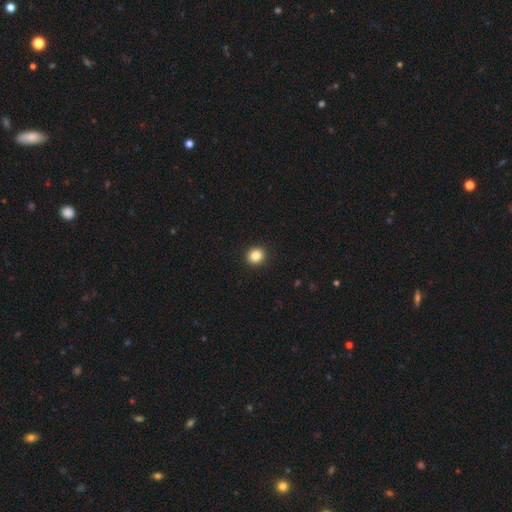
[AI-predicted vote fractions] The model was most divided on "how rounded": round: 86%, in between: 13%, cigar-shaped: 1%. More confident: merging — none (93%); smooth or featured — smooth (85%).